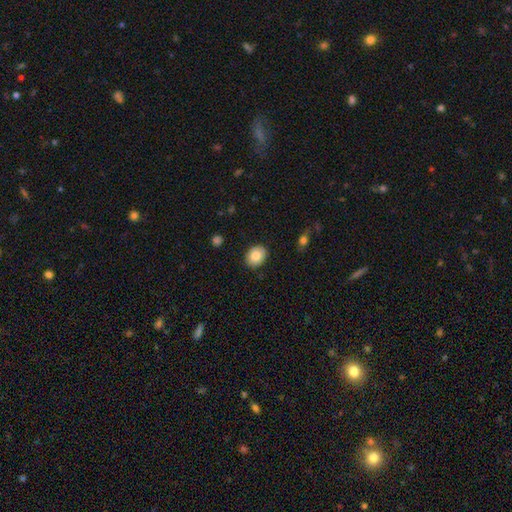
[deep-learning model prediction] smooth-or-featured: smooth: 85% | featured or disk: 8% | star or artifact: 8%
  how-rounded: in between: 60% | round: 39% | cigar-shaped: 1%
  merging: none: 87% | minor disturbance: 10% | major disturbance: 2% | merger: 1%